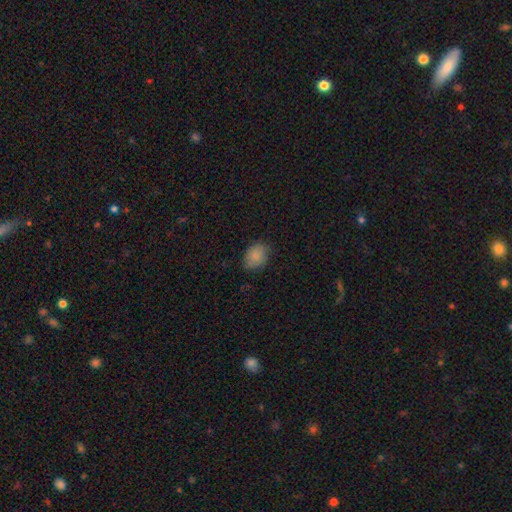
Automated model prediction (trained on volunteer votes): Smooth or featured? Predicted: smooth (p=0.85). How rounded? Predicted: in between (p=0.65). Merging? Predicted: none (p=0.75).